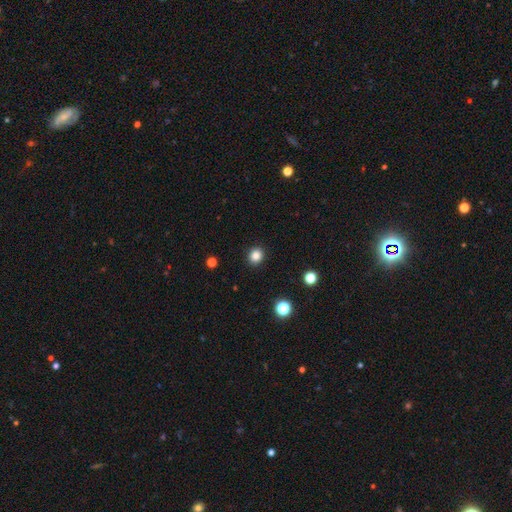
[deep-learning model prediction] A smooth galaxy with no disk features (84%) that is round (83%). Merging: none (92%).